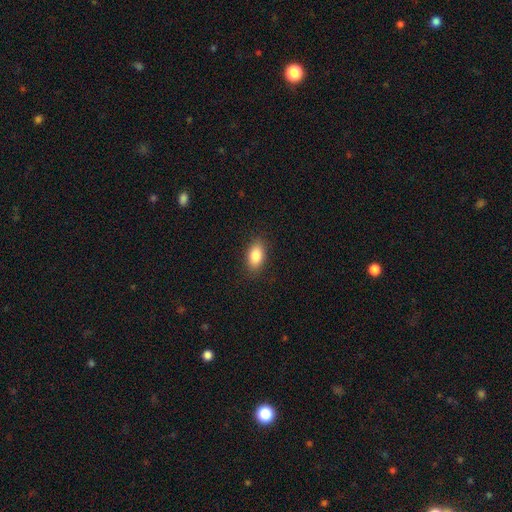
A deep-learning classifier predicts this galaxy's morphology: Q: Smooth or featured?
A: smooth (85%); runner-up: featured or disk (7%)
Q: How rounded?
A: in between (90%); runner-up: round (7%)
Q: Merging?
A: none (87%); runner-up: minor disturbance (9%)